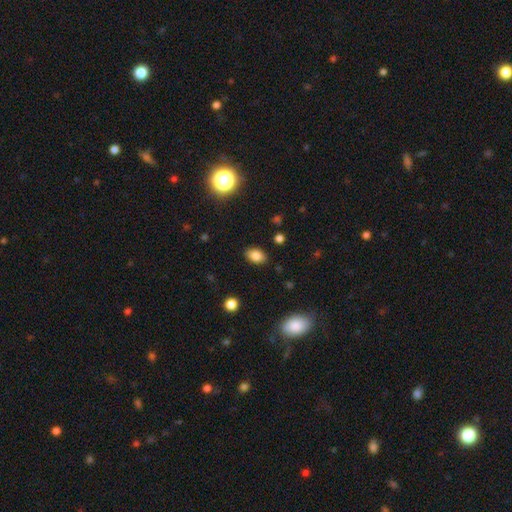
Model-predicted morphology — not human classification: This appears to be a smooth galaxy with no disk features (82%) that is in between round and cigar-shaped (83%). Merging: none (86%).